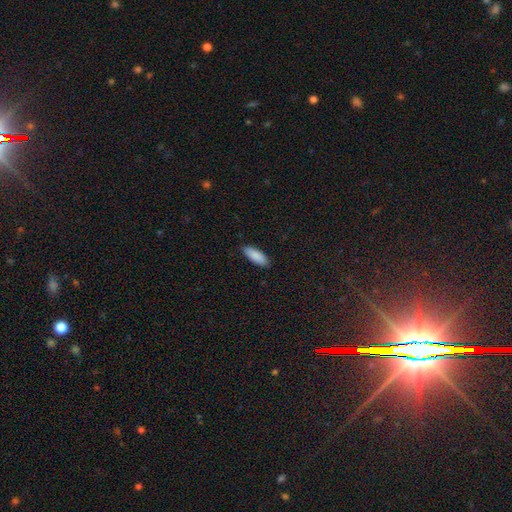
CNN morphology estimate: Smooth or featured?
  - smooth: 90% *
  - star or artifact: 6%
  - featured or disk: 5%
How rounded?
  - in between: 73% *
  - cigar-shaped: 26%
  - round: 2%
Merging?
  - none: 89% *
  - minor disturbance: 8%
  - major disturbance: 2%
  - merger: 1%